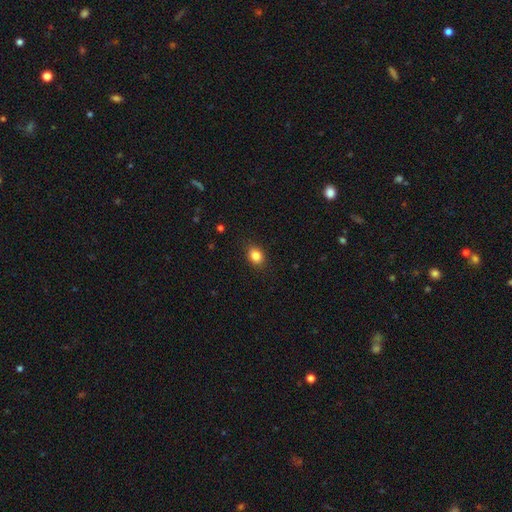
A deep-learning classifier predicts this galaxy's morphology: Smooth or featured? Predicted: smooth (p=0.85). How rounded? Predicted: in between (p=0.55). Merging? Predicted: none (p=0.87).